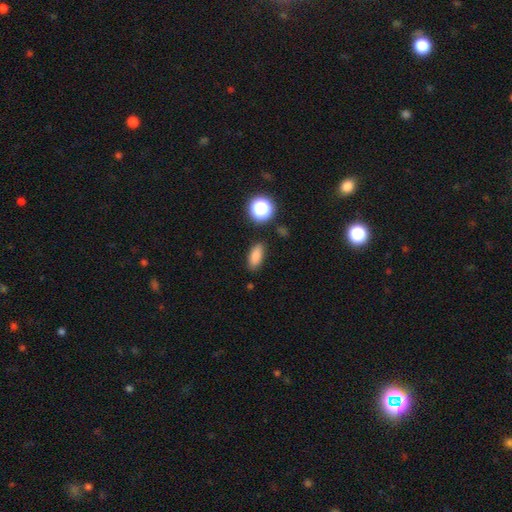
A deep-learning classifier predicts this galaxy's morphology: Smooth or featured?
  - smooth: 82% *
  - star or artifact: 11%
  - featured or disk: 6%
How rounded?
  - in between: 80% *
  - cigar-shaped: 13%
  - round: 7%
Merging?
  - none: 84% *
  - minor disturbance: 10%
  - major disturbance: 3%
  - merger: 2%